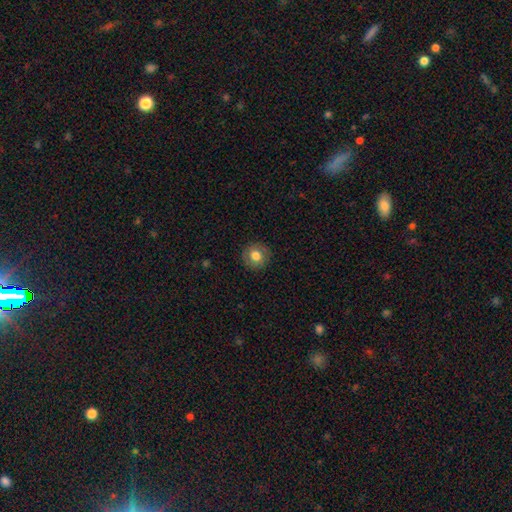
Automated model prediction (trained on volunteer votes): A smooth galaxy with no disk features (75%) that is round (91%). Merging: none (89%).